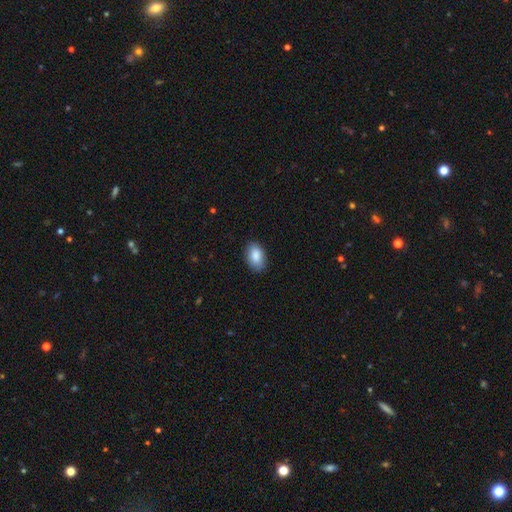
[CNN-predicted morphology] Q: Smooth or featured?
A: smooth (87%); runner-up: star or artifact (7%)
Q: How rounded?
A: in between (90%); runner-up: round (8%)
Q: Merging?
A: none (86%); runner-up: minor disturbance (11%)